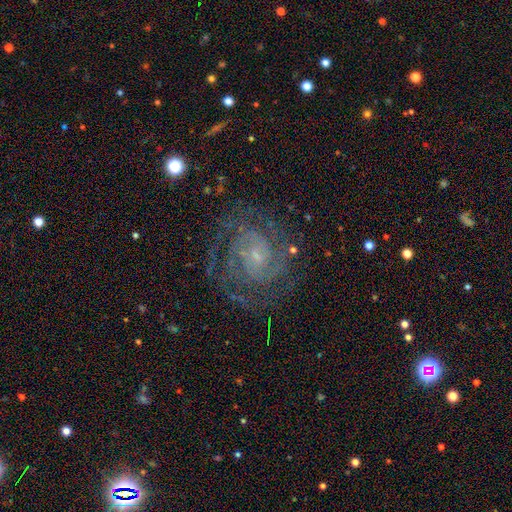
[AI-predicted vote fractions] A featured or disk galaxy (83%) with no bar (63%), 2 (32%) tight (68%) spiral arms (95%) and a small central bulge (77%). Merging: none (77%).